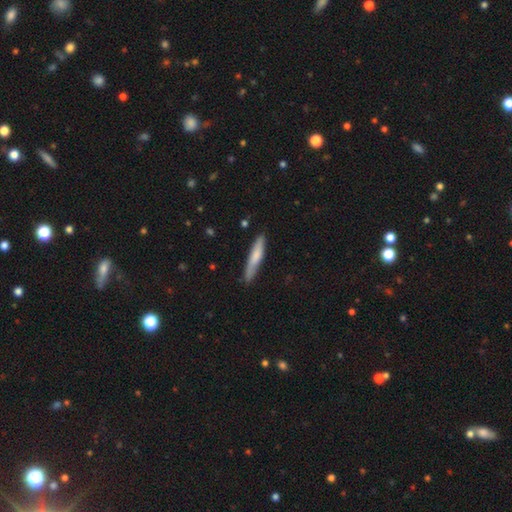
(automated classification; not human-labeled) A smooth galaxy with no disk features (70%) that is cigar-shaped (90%). Merging: none (79%).